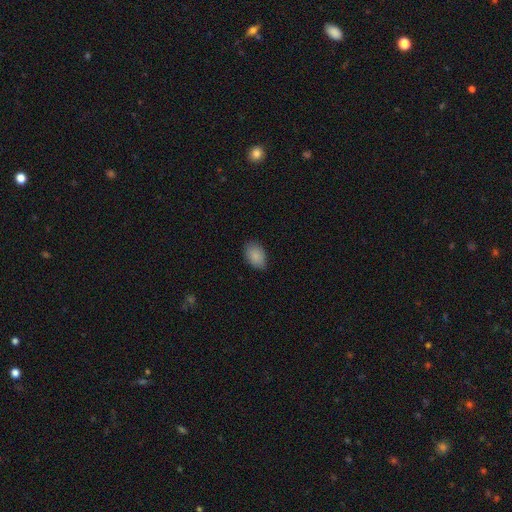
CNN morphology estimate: A smooth galaxy with no disk features (88%) that is in between round and cigar-shaped (89%). Merging: none (82%).